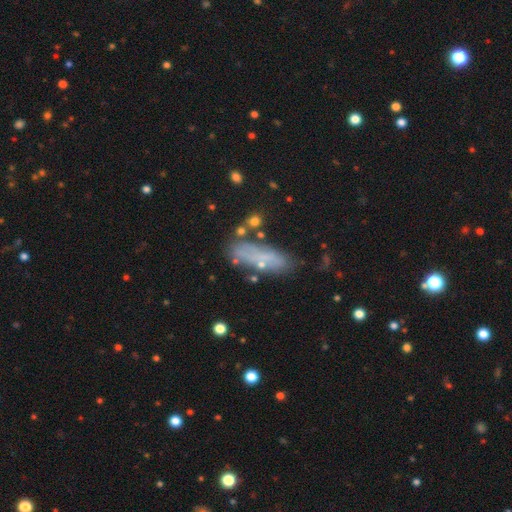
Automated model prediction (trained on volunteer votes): smooth 49%, featured or disk 39%, star or artifact 12%. Down the decision tree: merging — none (64%).